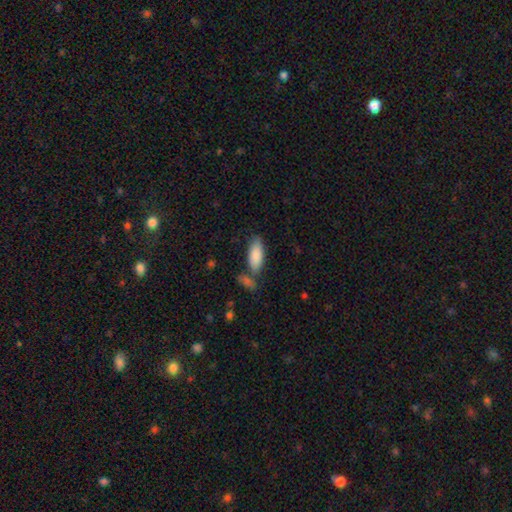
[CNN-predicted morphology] Overall: smooth (87%). How rounded: in between (77%). Merging: none (67%).